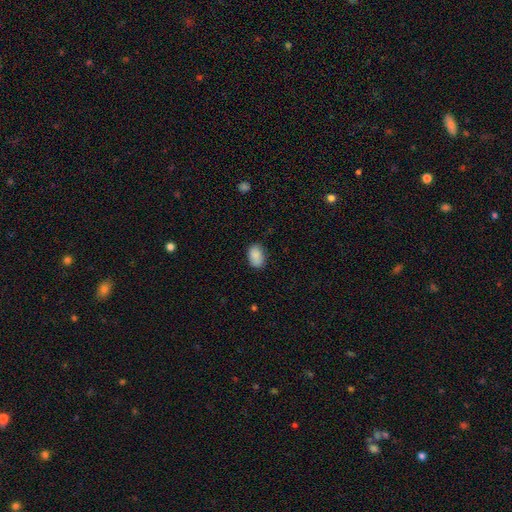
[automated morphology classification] smooth_or_featured: smooth (p=0.89) [alt: star or artifact p=0.07]
how_rounded: in between (p=0.89) [alt: round p=0.10]
merging: none (p=0.80) [alt: minor disturbance p=0.16]